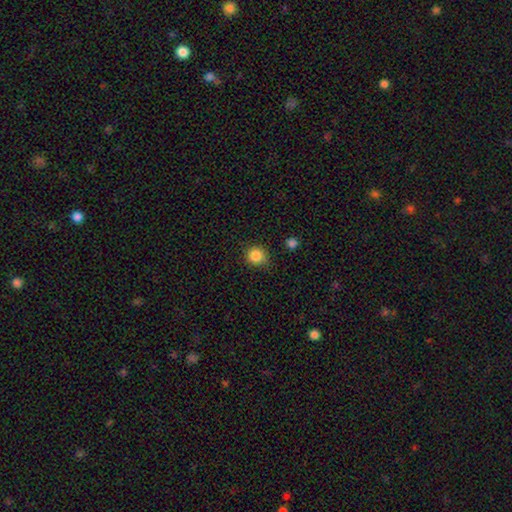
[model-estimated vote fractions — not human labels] A smooth galaxy with no disk features (86%) that is round (90%). Merging: none (82%).